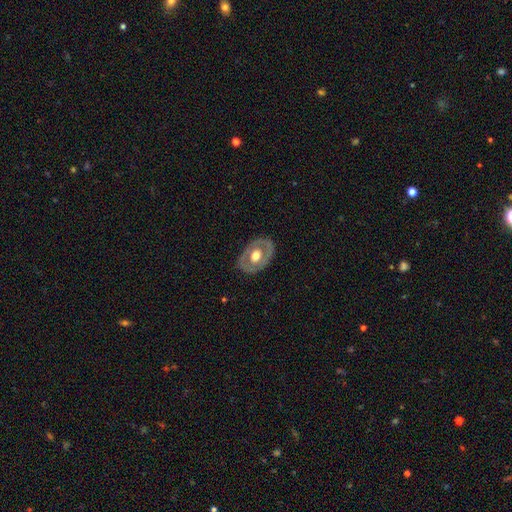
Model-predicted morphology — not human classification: Overall: featured or disk (56%; smooth 38%). Edge-on disk: no (91%). Bar: no (83%). Spiral arms: no (86%). Bulge size: moderate (58%; large 36%). Merging: none (81%).